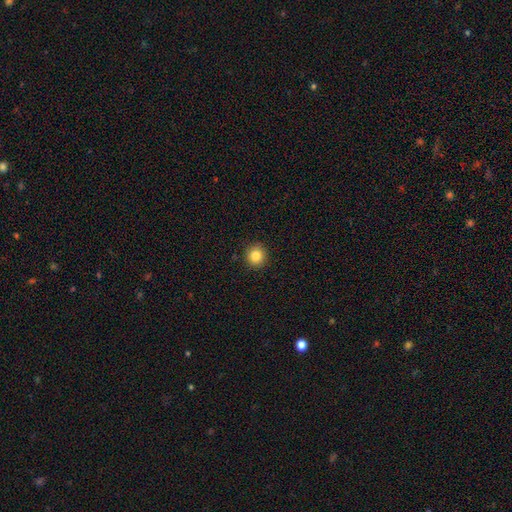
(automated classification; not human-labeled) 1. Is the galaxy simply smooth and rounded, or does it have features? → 84% smooth, 10% star or artifact, 6% featured or disk.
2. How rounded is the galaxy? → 92% round, 7% in between, 1% cigar-shaped.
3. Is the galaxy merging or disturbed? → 92% none, 6% minor disturbance, 2% major disturbance, 1% merger.